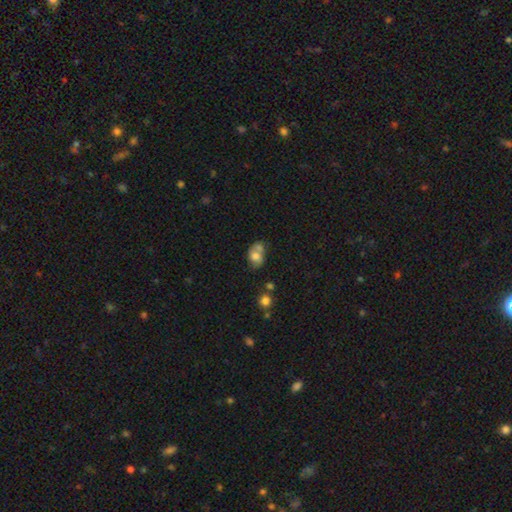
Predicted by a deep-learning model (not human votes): Smooth or featured?
  - smooth: 67% *
  - featured or disk: 23%
  - star or artifact: 10%
How rounded?
  - in between: 64% *
  - round: 34%
  - cigar-shaped: 1%
Merging?
  - merger: 49% *
  - none: 27%
  - minor disturbance: 15%
  - major disturbance: 9%